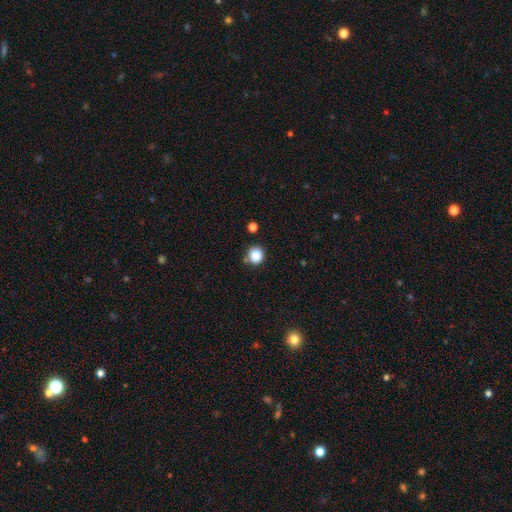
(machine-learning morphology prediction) smooth 86%, star or artifact 10%, featured or disk 4%. Down the decision tree: how rounded — round (91%); merging — none (80%).